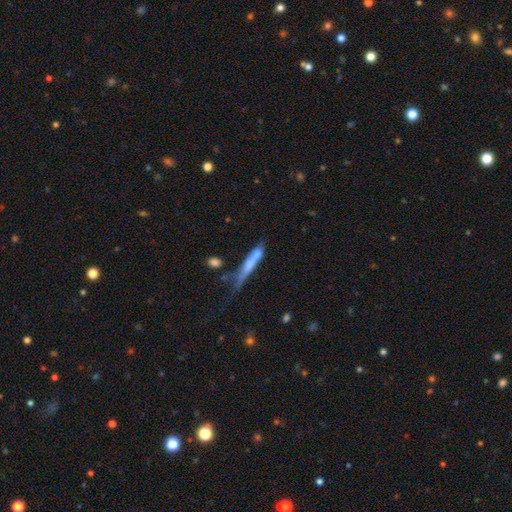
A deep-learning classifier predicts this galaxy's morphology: The model was most divided on "merging": none: 35%, merger: 24%, minor disturbance: 22%, major disturbance: 19%. More confident: how rounded — cigar-shaped (86%); smooth or featured — smooth (54%).